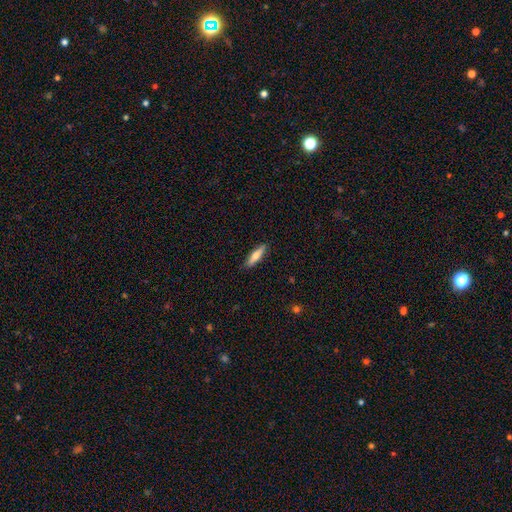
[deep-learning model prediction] smooth 65%, featured or disk 29%, star or artifact 6%. Down the decision tree: how rounded — cigar-shaped (70%); merging — none (88%).